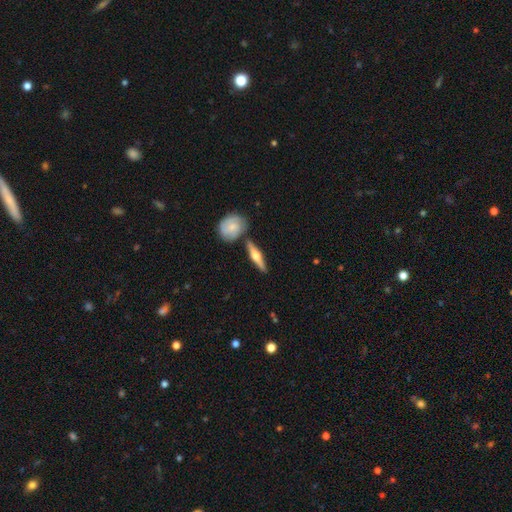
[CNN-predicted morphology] type=featured or disk (67%); edge-on=yes (95%); edge-on bulge=rounded (94%); merging=none (81%).